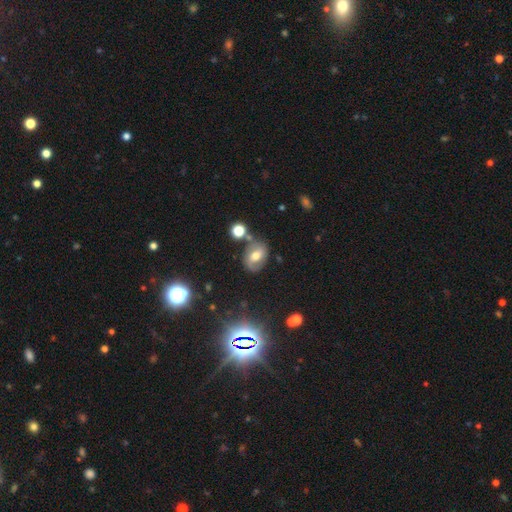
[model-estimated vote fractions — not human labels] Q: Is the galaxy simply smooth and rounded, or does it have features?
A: smooth — 45%.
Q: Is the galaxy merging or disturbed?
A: none — 67%.